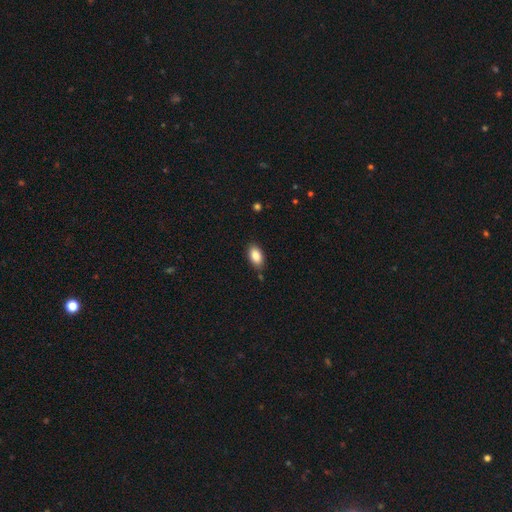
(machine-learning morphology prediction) smooth 87%, star or artifact 7%, featured or disk 6%. Down the decision tree: how rounded — in between (92%); merging — none (83%).